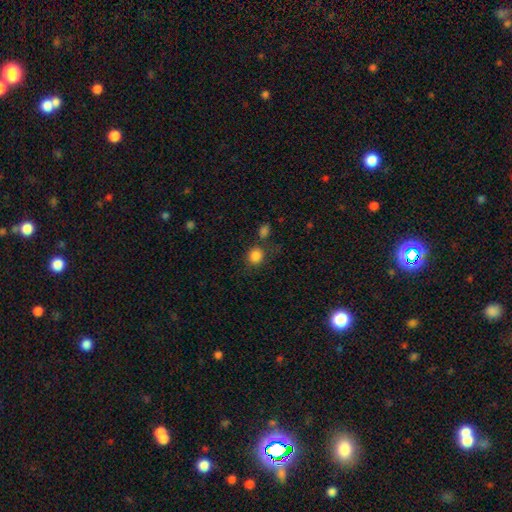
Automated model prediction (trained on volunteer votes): Smooth or featured? smooth (84%)
How rounded? round (80%)
Merging? none (67%)